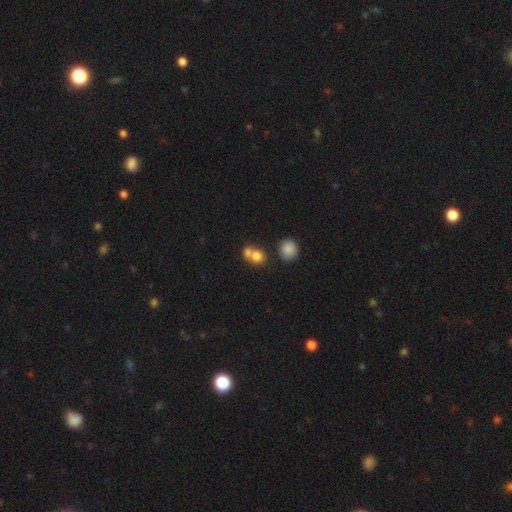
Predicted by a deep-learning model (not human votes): smooth_or_featured: smooth (p=0.77) [alt: featured or disk p=0.12]
how_rounded: round (p=0.74) [alt: in between p=0.25]
merging: merger (p=0.55) [alt: none p=0.35]